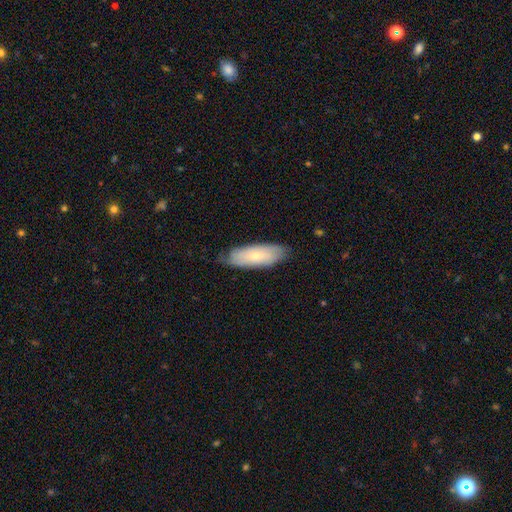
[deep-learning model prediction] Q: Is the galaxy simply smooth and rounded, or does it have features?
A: smooth — 61%.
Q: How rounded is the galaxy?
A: in between — 64%.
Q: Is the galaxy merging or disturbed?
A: none — 74%.